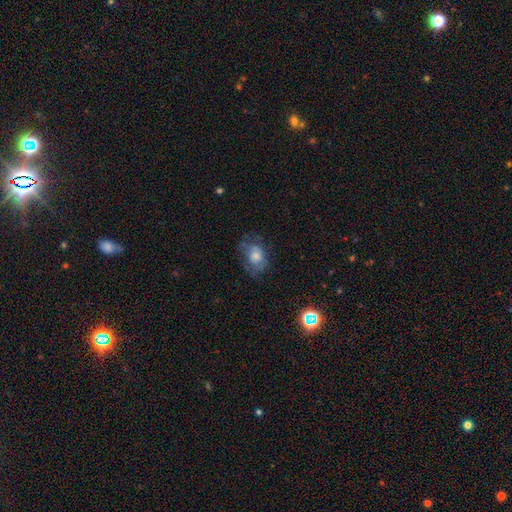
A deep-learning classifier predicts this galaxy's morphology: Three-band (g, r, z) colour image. It shows a smooth galaxy with no disk features (45%). Merging: none (57%).